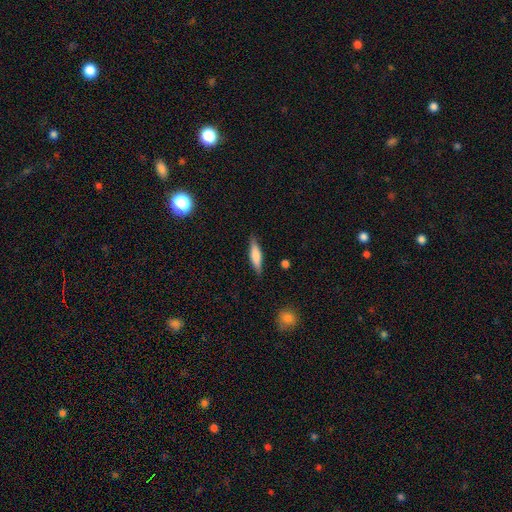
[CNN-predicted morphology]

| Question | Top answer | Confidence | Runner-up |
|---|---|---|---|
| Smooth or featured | smooth | 68% | featured or disk (26%) |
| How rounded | cigar-shaped | 72% | in between (26%) |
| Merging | none | 86% | minor disturbance (10%) |